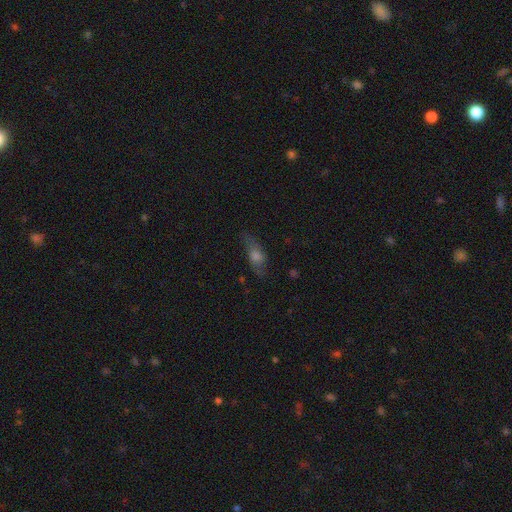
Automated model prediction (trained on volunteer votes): Overall: smooth (45%; featured or disk 40%). Merging: none (67%).